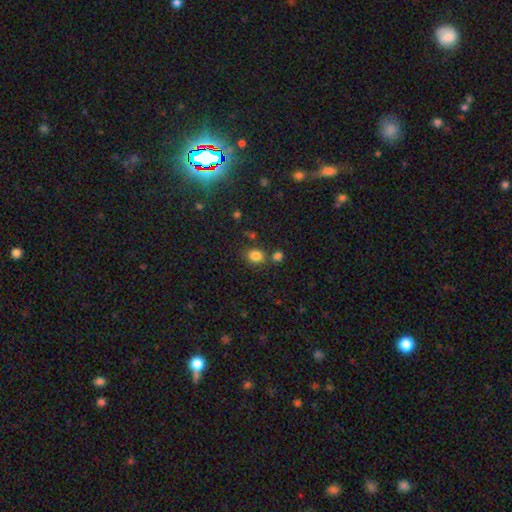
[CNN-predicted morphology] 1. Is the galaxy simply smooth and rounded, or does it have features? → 83% smooth, 12% star or artifact, 5% featured or disk.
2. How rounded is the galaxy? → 50% in between, 48% round, 1% cigar-shaped.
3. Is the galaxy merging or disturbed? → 70% none, 15% merger, 11% minor disturbance, 4% major disturbance.